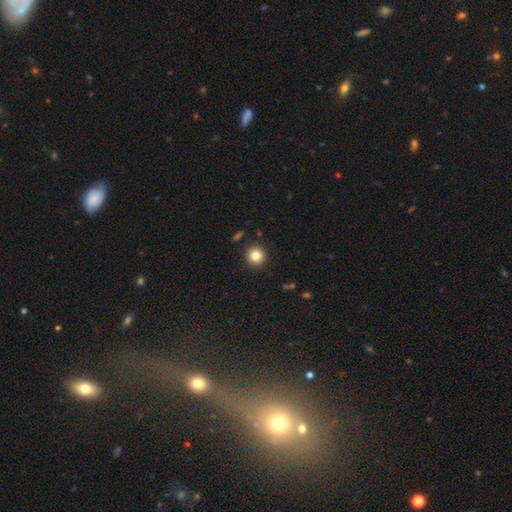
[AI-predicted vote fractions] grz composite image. It shows a smooth galaxy with no disk features (83%) that is round (95%). Merging: none (92%).